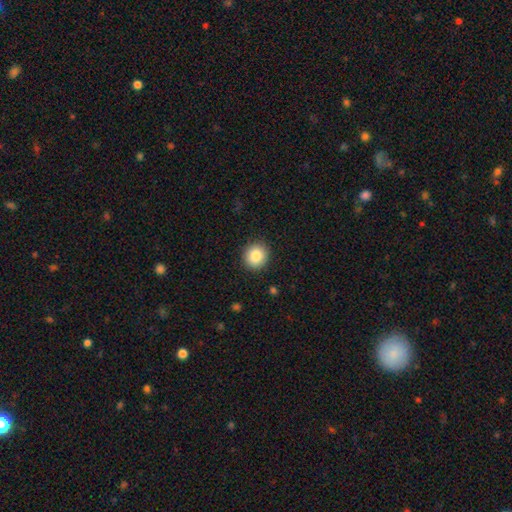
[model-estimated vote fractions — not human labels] Q: Smooth or featured?
A: smooth (86%); runner-up: star or artifact (9%)
Q: How rounded?
A: round (88%); runner-up: in between (11%)
Q: Merging?
A: none (91%); runner-up: minor disturbance (6%)